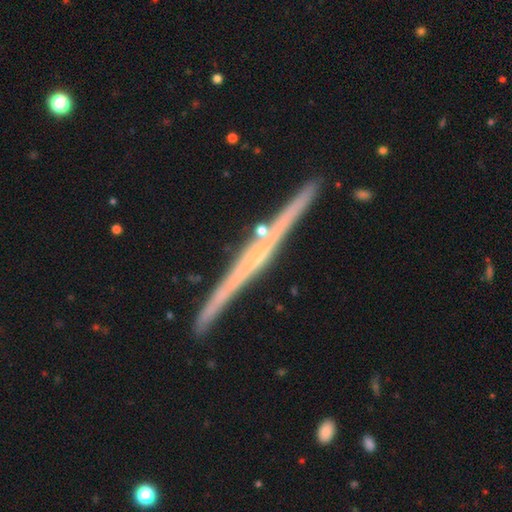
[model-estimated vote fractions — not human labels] Smooth or featured? Predicted: featured or disk (p=0.79). Edge-on disk? Predicted: yes (p=0.98). Edge-on bulge? Predicted: none (p=0.60). Merging? Predicted: none (p=0.89).